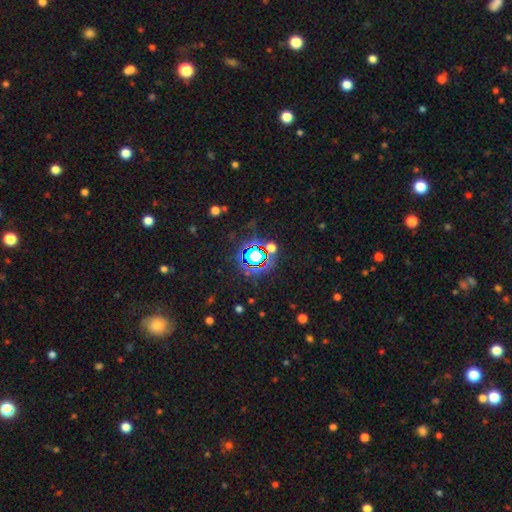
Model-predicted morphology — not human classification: Smooth or featured? Predicted: star or artifact (p=0.70).